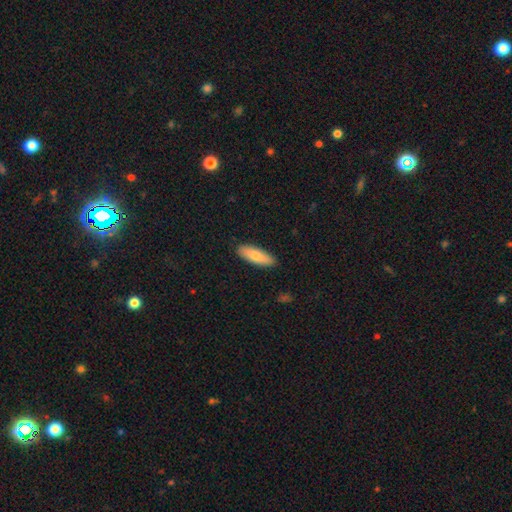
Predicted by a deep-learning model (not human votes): Overall: smooth (80%). How rounded: in between (51%; cigar-shaped 47%). Merging: none (89%).